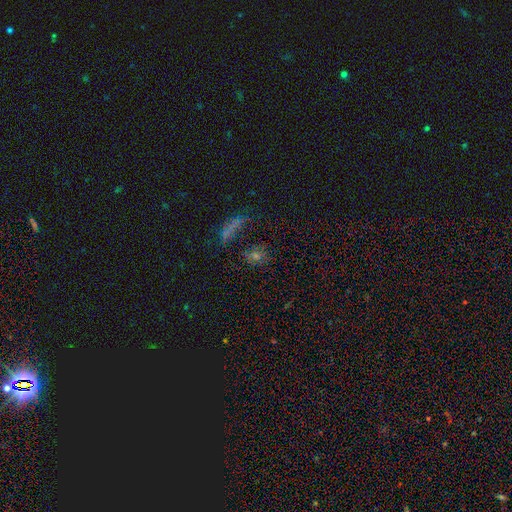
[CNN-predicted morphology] A smooth galaxy with no disk features (46%).

Vote fractions:
- Smooth or featured? smooth: 46% / star or artifact: 36% / featured or disk: 18%
- Merging? none: 63% / minor disturbance: 15% / major disturbance: 12% / merger: 10%